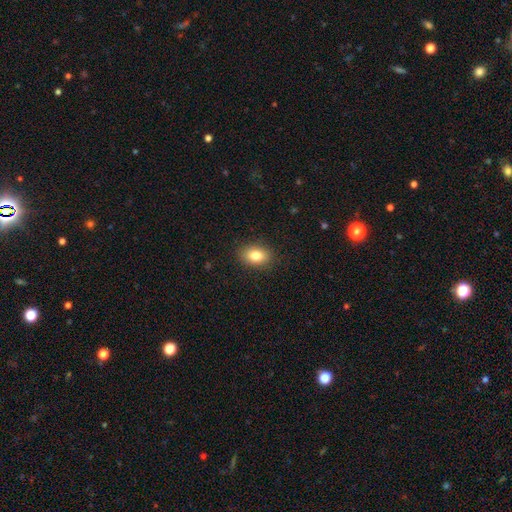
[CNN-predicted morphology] Q: Smooth or featured?
A: smooth (83%); runner-up: star or artifact (9%)
Q: How rounded?
A: in between (80%); runner-up: round (18%)
Q: Merging?
A: none (88%); runner-up: minor disturbance (9%)